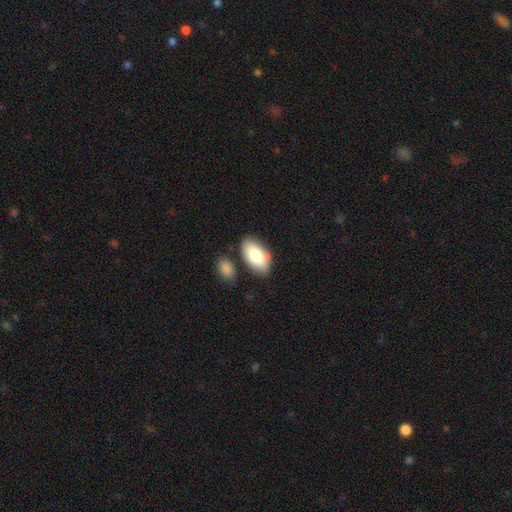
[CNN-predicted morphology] smooth_or_featured: smooth (p=0.78) [alt: featured or disk p=0.16]
how_rounded: in between (p=0.94) [alt: round p=0.04]
merging: none (p=0.72) [alt: minor disturbance p=0.15]